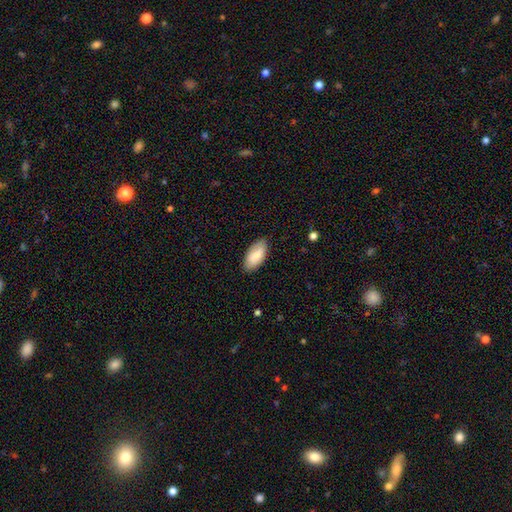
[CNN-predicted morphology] A smooth galaxy with no disk features (82%) that is in between round and cigar-shaped (92%).

Vote fractions:
- Smooth or featured? smooth: 82% / featured or disk: 12% / star or artifact: 6%
- How rounded? in between: 92% / cigar-shaped: 6% / round: 2%
- Merging? none: 84% / minor disturbance: 12% / major disturbance: 2% / merger: 1%